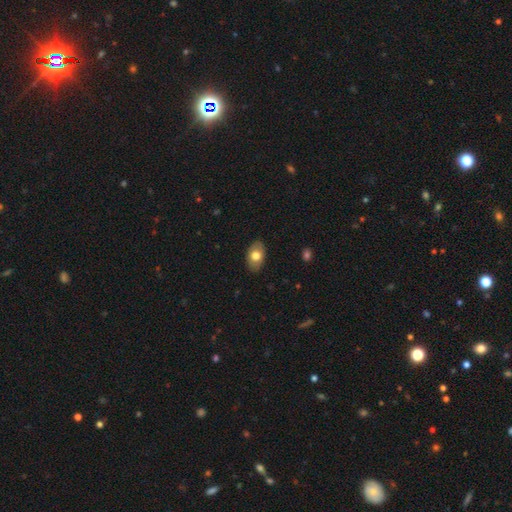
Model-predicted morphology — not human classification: smooth-or-featured: smooth: 72% | featured or disk: 21% | star or artifact: 7%
  how-rounded: in between: 88% | round: 10% | cigar-shaped: 1%
  merging: none: 85% | minor disturbance: 11% | major disturbance: 2% | merger: 1%